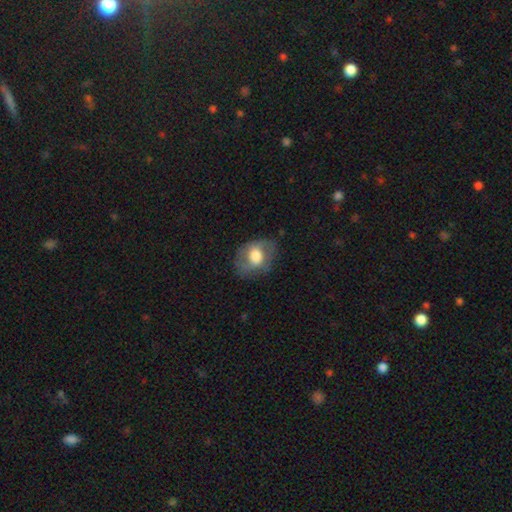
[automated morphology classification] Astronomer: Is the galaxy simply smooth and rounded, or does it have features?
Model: smooth — 52% (runner-up: featured or disk, 41%).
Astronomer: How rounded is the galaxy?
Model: in between — 66%.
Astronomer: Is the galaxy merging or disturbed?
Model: none — 63%.